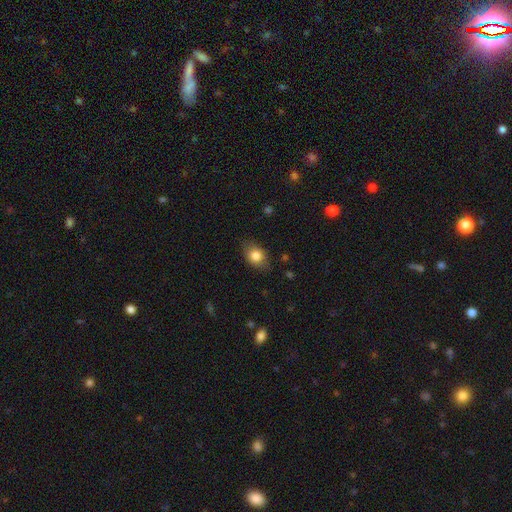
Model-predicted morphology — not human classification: This is clearly a smooth galaxy (82%). How rounded: likely in between (74%). Merging: clearly none (81%).